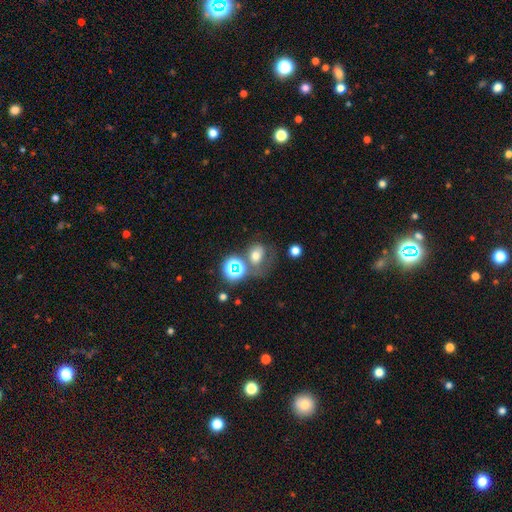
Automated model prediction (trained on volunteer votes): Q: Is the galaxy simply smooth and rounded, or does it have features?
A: smooth — 59%.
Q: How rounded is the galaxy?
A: round — 51%.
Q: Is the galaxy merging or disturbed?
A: none — 42%.